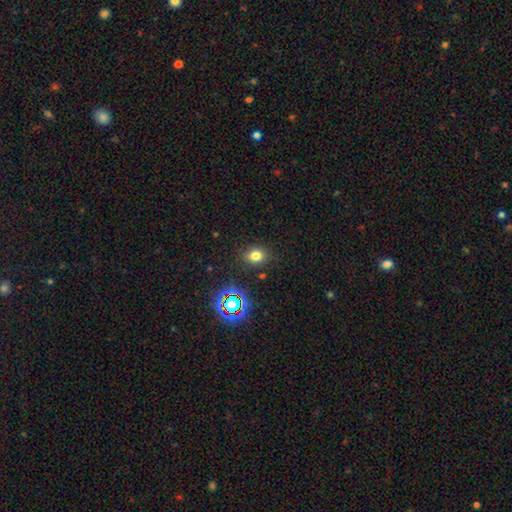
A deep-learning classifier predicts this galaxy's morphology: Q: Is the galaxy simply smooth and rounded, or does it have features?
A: smooth — 74%.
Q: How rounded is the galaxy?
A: round — 59%.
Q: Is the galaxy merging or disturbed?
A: none — 85%.